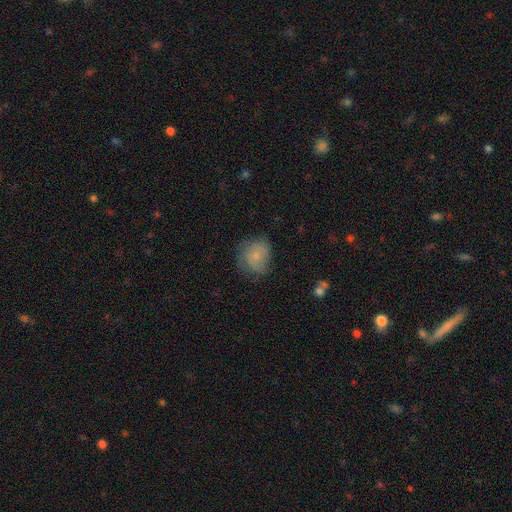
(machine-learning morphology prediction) smooth_or_featured: smooth (p=0.62) [alt: featured or disk p=0.29]
how_rounded: round (p=0.71) [alt: in between p=0.28]
merging: none (p=0.58) [alt: minor disturbance p=0.27]